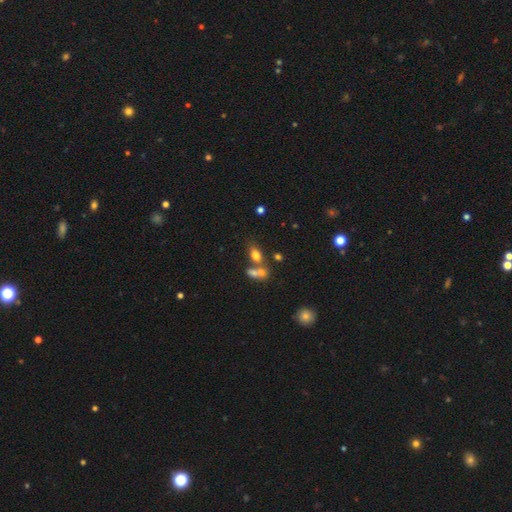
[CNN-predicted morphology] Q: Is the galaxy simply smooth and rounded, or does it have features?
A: smooth — 72%.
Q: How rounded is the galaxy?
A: in between — 77%.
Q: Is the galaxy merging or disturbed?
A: none — 42%, tied with merger.